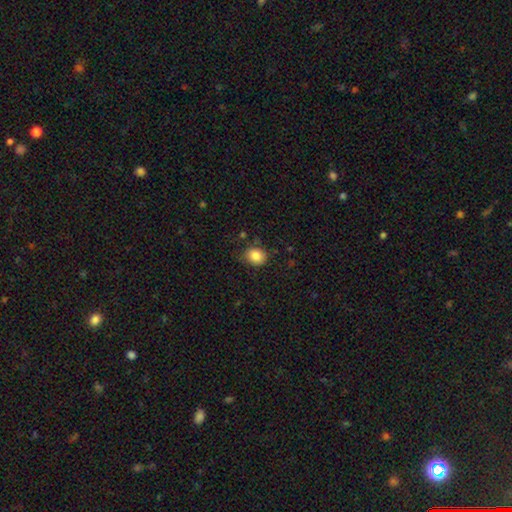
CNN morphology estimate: The model was most divided on "how rounded": round: 65%, in between: 34%, cigar-shaped: 1%. More confident: smooth or featured — smooth (84%); merging — none (78%).